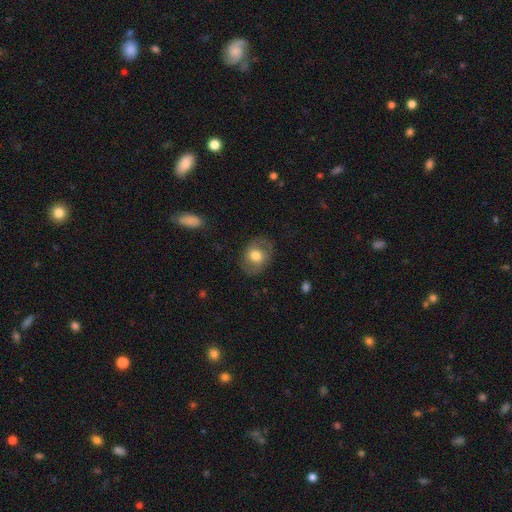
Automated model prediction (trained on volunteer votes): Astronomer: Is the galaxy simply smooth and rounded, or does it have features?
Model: smooth — 64%.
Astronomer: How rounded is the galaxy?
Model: in between — 56% (runner-up: round, 43%).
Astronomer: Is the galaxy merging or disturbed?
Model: none — 78%.